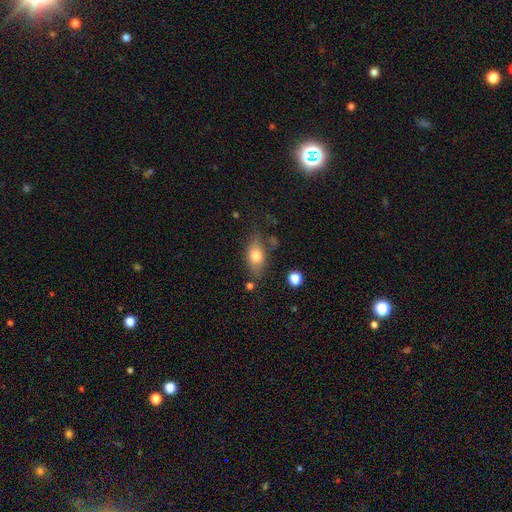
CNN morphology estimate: This is likely a smooth galaxy (74%). How rounded: clearly in between (81%). Merging: likely none (67%).